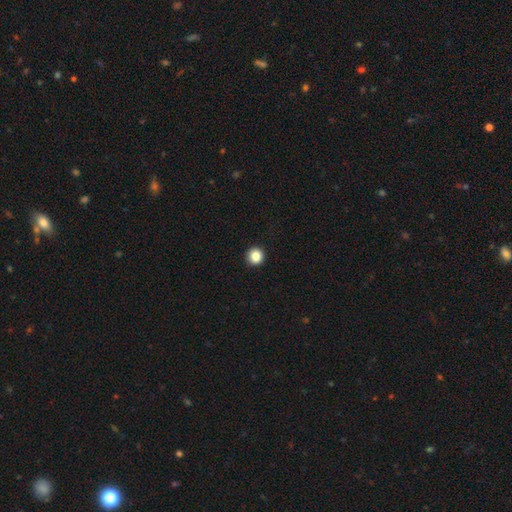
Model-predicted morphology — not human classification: Smooth or featured: smooth — 86% (star or artifact — 10%)
How rounded: round — 94% (in between — 5%)
Merging: none — 93% (minor disturbance — 5%)